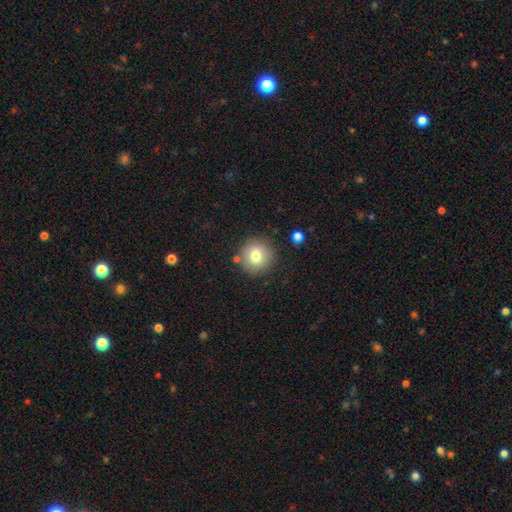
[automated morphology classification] A smooth galaxy with no disk features (78%) that is round (94%).

Vote fractions:
- Smooth or featured? smooth: 78% / featured or disk: 12% / star or artifact: 10%
- How rounded? round: 94% / in between: 5% / cigar-shaped: 1%
- Merging? none: 85% / minor disturbance: 8% / merger: 4% / major disturbance: 3%